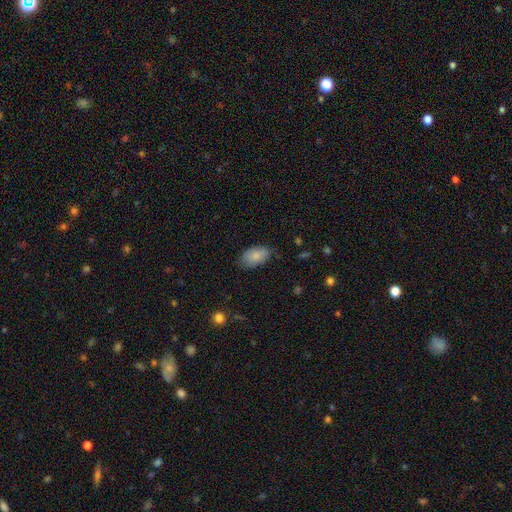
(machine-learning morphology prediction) Smooth or featured: smooth — 83% (featured or disk — 10%)
How rounded: in between — 93% (round — 6%)
Merging: none — 70% (minor disturbance — 24%)